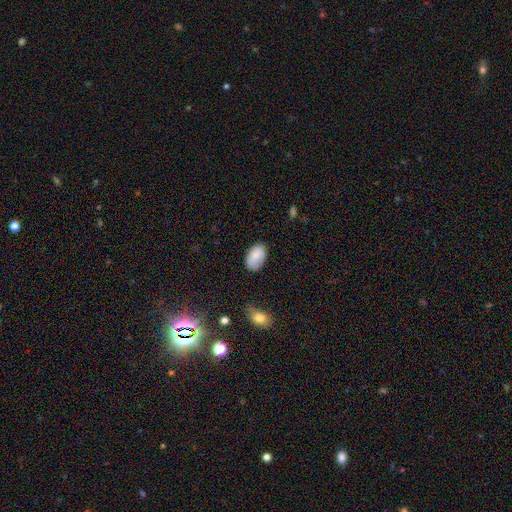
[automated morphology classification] Q: Smooth or featured?
A: smooth (85%); runner-up: featured or disk (8%)
Q: How rounded?
A: in between (93%); runner-up: round (6%)
Q: Merging?
A: none (73%); runner-up: minor disturbance (21%)